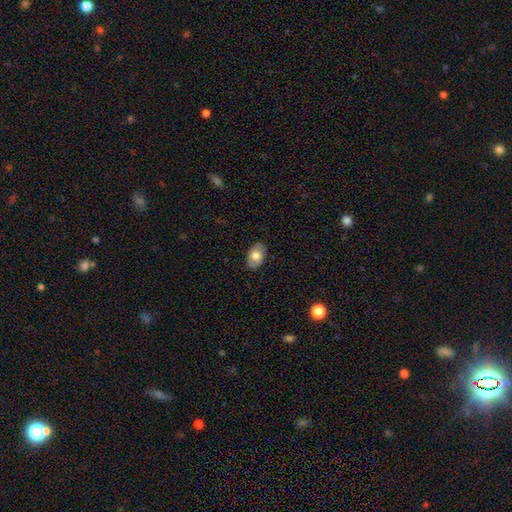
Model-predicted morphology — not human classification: Smooth or featured? smooth (71%)
How rounded? in between (90%)
Merging? none (84%)